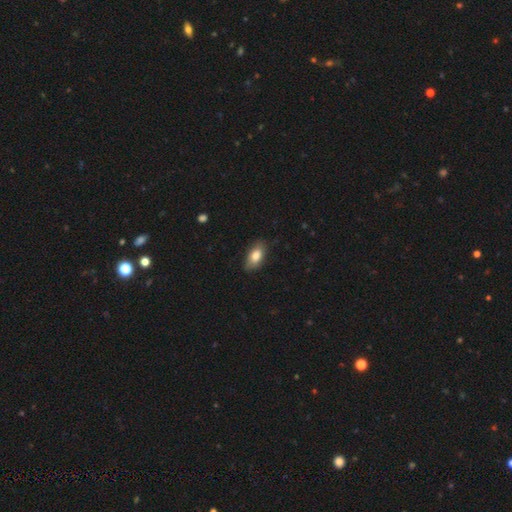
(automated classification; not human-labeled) Smooth or featured? Predicted: smooth (p=0.80). How rounded? Predicted: in between (p=0.90). Merging? Predicted: none (p=0.81).